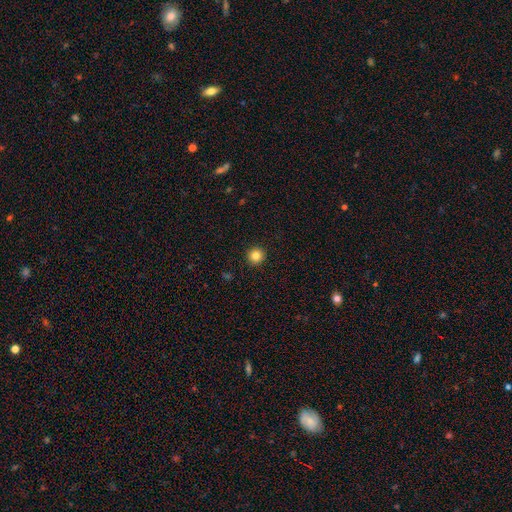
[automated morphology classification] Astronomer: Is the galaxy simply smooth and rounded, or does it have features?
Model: smooth — 84%.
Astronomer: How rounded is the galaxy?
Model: round — 95%.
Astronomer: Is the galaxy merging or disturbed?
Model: none — 93%.